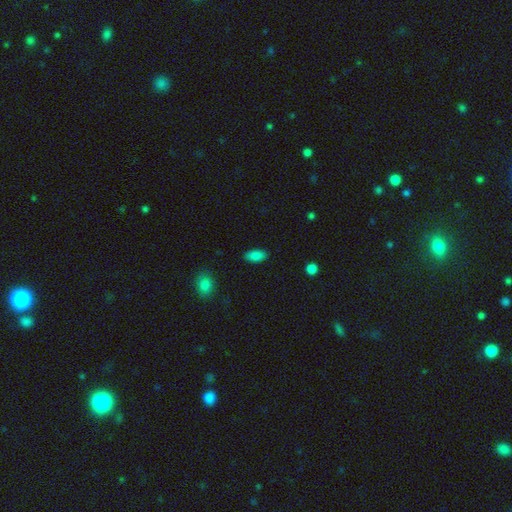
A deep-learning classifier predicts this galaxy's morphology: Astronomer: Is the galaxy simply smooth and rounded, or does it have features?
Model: smooth — 86%.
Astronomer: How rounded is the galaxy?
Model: in between — 93%.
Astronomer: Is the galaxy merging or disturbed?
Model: none — 87%.